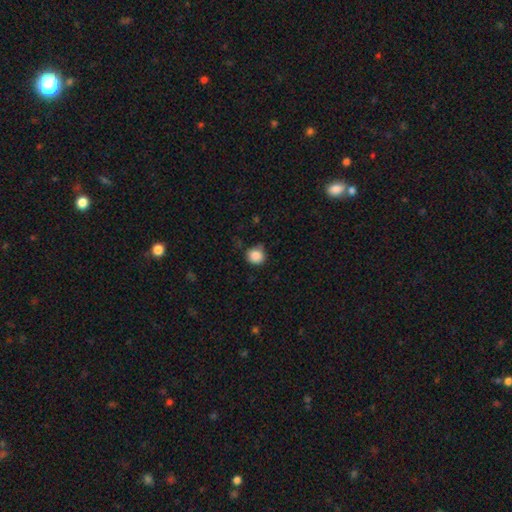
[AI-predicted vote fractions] Smooth or featured? smooth (87%)
How rounded? round (91%)
Merging? none (77%)